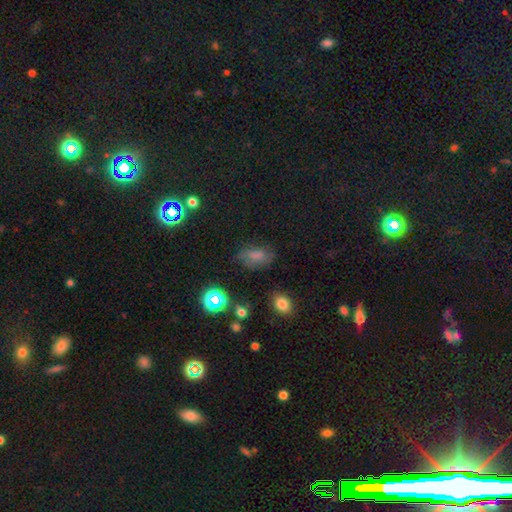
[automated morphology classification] Overall: smooth (60%; star or artifact 21%). How rounded: in between (85%). Merging: none (59%; minor disturbance 24%).